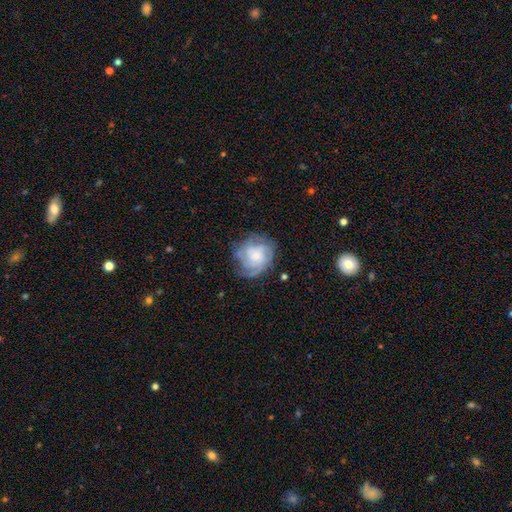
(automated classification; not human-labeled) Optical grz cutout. It shows a featured or disk galaxy (70%) with no bar (76%), tight (55%) spiral arms (88%) and a small central bulge (55%). Merging: none (65%).